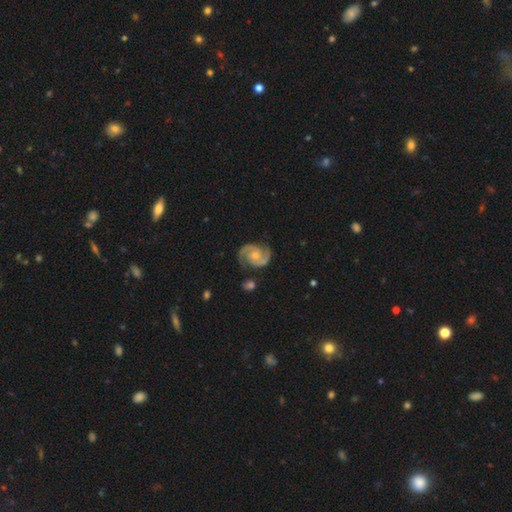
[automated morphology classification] This appears to be a featured or disk galaxy (91%) with no bar (63%), 2 (93%) medium (56%) spiral arms (98%) and a moderate central bulge (46%). Merging: none (81%).